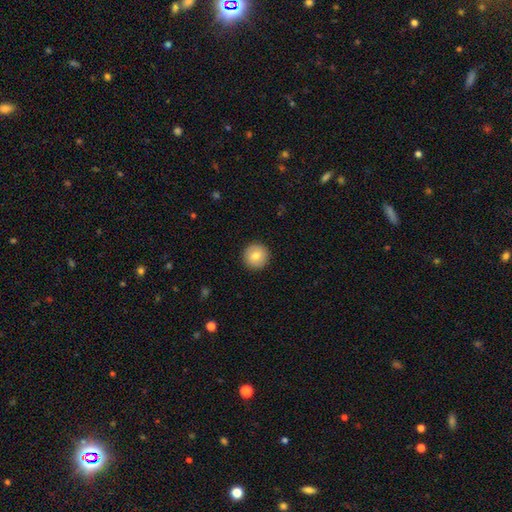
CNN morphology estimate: Smooth or featured: smooth — 80% (featured or disk — 12%)
How rounded: round — 96% (in between — 3%)
Merging: none — 93% (minor disturbance — 5%)